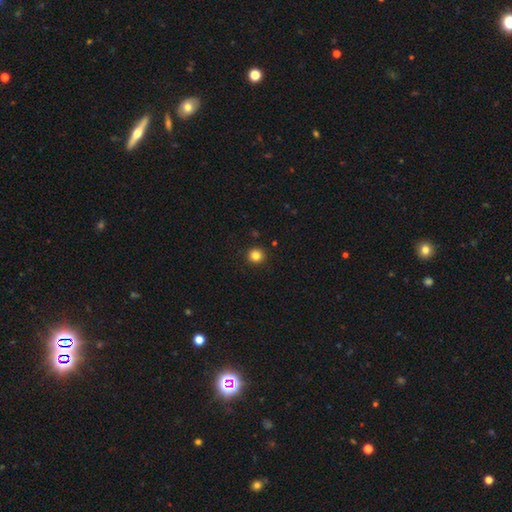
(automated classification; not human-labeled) Smooth or featured? Predicted: smooth (p=0.83). How rounded? Predicted: round (p=0.93). Merging? Predicted: none (p=0.92).